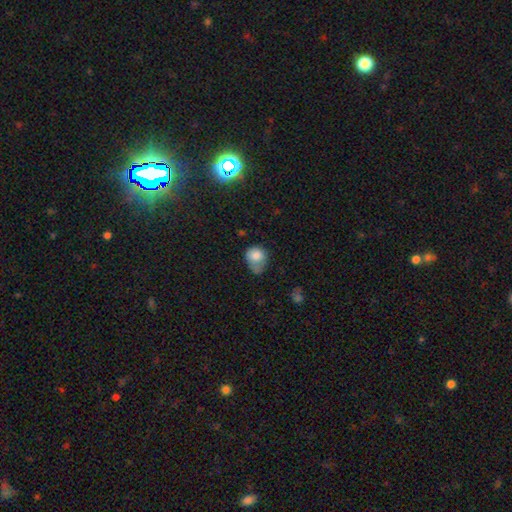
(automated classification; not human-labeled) Smooth or featured? Predicted: smooth (p=0.79). How rounded? Predicted: round (p=0.63). Merging? Predicted: minor disturbance (p=0.40).